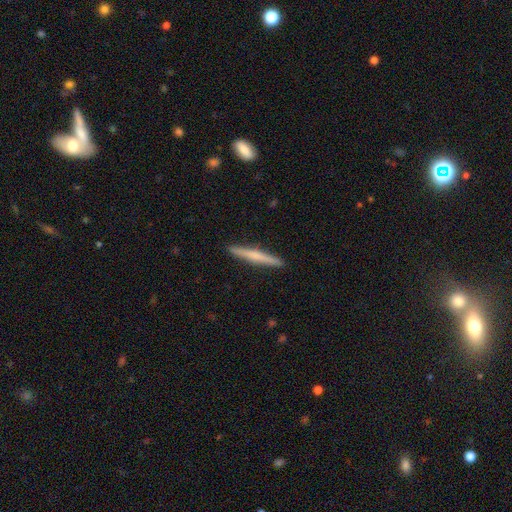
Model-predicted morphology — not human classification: This appears to be a smooth galaxy with no disk features (48%). Merging: none (92%).